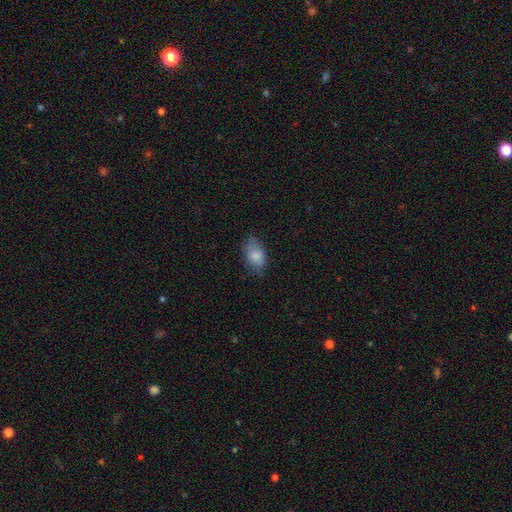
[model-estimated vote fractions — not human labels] smooth-or-featured: smooth: 82% | featured or disk: 11% | star or artifact: 7%
  how-rounded: in between: 90% | round: 8% | cigar-shaped: 2%
  merging: none: 67% | minor disturbance: 25% | major disturbance: 7% | merger: 1%